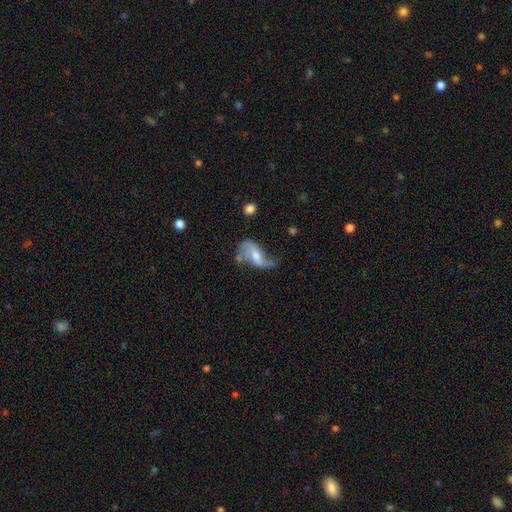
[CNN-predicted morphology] Q: Smooth or featured?
A: featured or disk (77%); runner-up: smooth (16%)
Q: Edge-on disk?
A: no (95%); runner-up: yes (5%)
Q: Bar?
A: weak (43%); runner-up: no (40%)
Q: Spiral arms?
A: yes (89%); runner-up: no (11%)
Q: Spiral winding?
A: loose (83%); runner-up: medium (14%)
Q: Spiral arm count?
A: 2 (85%); runner-up: 1 (8%)
Q: Bulge size?
A: moderate (53%); runner-up: small (34%)
Q: Merging?
A: none (41%); runner-up: major disturbance (25%)